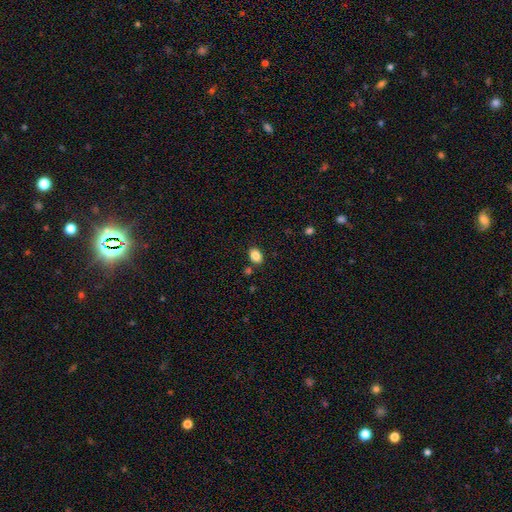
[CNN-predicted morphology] Overall: smooth (85%). How rounded: in between (73%). Merging: none (81%).